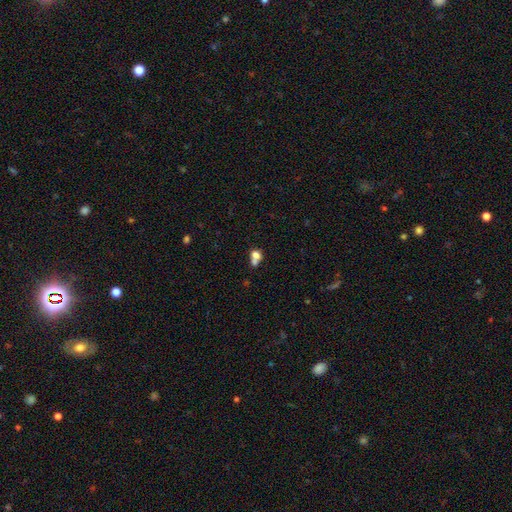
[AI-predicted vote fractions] smooth 72%, featured or disk 16%, star or artifact 12%. Down the decision tree: how rounded — round (55%); merging — merger (57%).